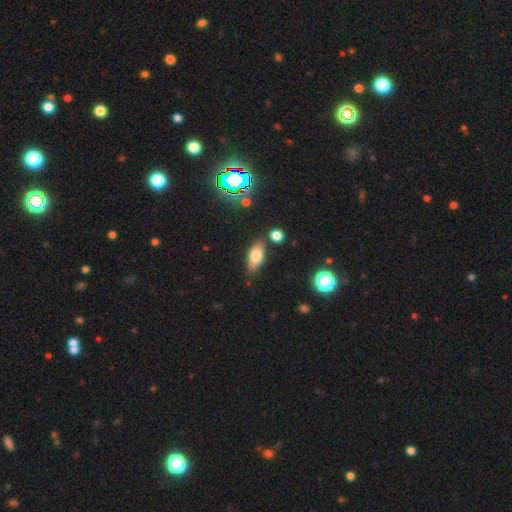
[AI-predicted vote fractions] A smooth galaxy with no disk features (68%) that is in between round and cigar-shaped (78%).

Vote fractions:
- Smooth or featured? smooth: 68% / featured or disk: 20% / star or artifact: 12%
- How rounded? in between: 78% / cigar-shaped: 18% / round: 4%
- Merging? none: 78% / minor disturbance: 13% / merger: 5% / major disturbance: 3%